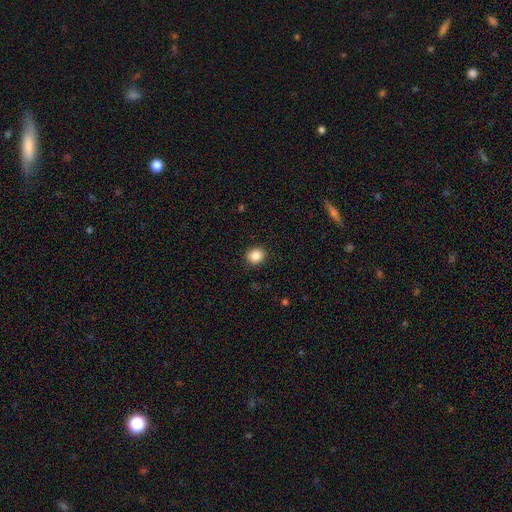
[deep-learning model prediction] Smooth or featured: smooth — 86% (star or artifact — 10%)
How rounded: round — 75% (in between — 25%)
Merging: none — 90% (minor disturbance — 7%)